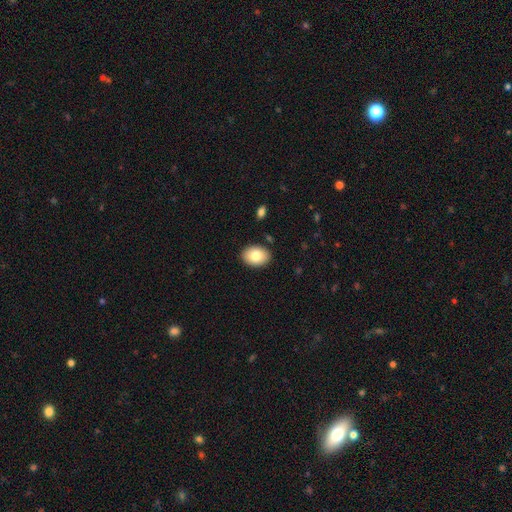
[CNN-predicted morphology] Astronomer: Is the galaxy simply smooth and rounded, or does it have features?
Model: smooth — 82%.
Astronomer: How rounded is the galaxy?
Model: in between — 77%.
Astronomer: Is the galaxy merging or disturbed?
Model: none — 89%.